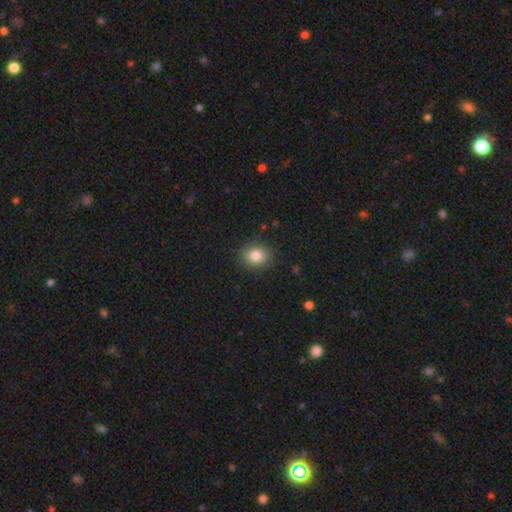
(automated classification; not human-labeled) The model was most divided on "how rounded": round: 61%, in between: 38%, cigar-shaped: 1%. More confident: merging — none (87%); smooth or featured — smooth (83%).